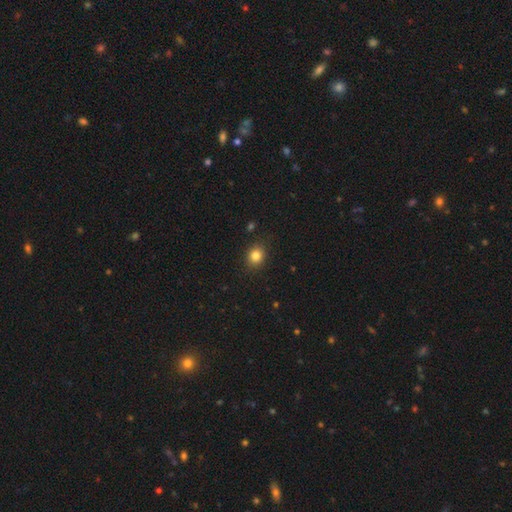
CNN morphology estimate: Q: Smooth or featured?
A: smooth (83%); runner-up: star or artifact (12%)
Q: How rounded?
A: round (70%); runner-up: in between (29%)
Q: Merging?
A: none (88%); runner-up: minor disturbance (9%)